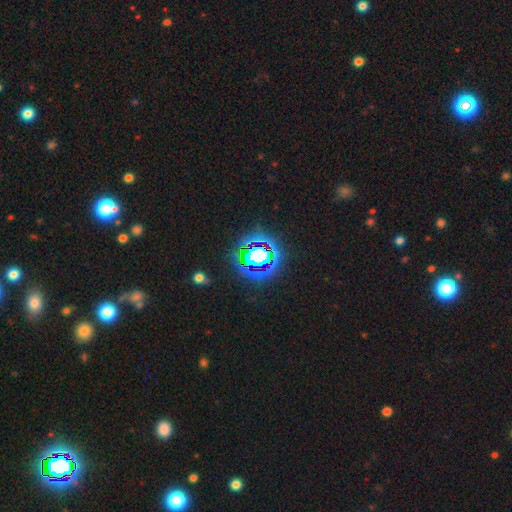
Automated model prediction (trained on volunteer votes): Q: Smooth or featured?
A: star or artifact (79%); runner-up: smooth (13%)